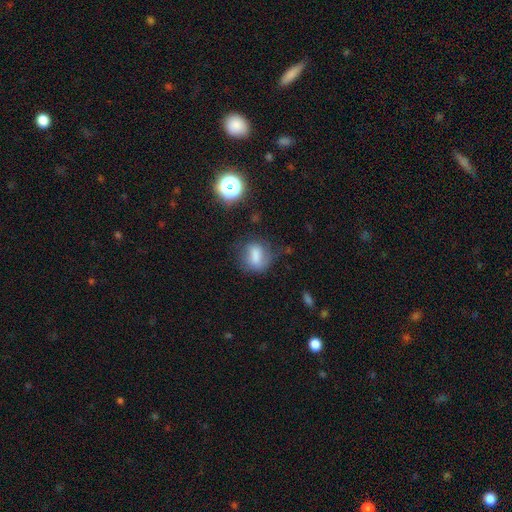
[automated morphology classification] Smooth or featured?
  - smooth: 68% *
  - featured or disk: 19%
  - star or artifact: 13%
How rounded?
  - in between: 53% *
  - round: 43%
  - cigar-shaped: 4%
Merging?
  - none: 56% *
  - minor disturbance: 26%
  - major disturbance: 14%
  - merger: 3%